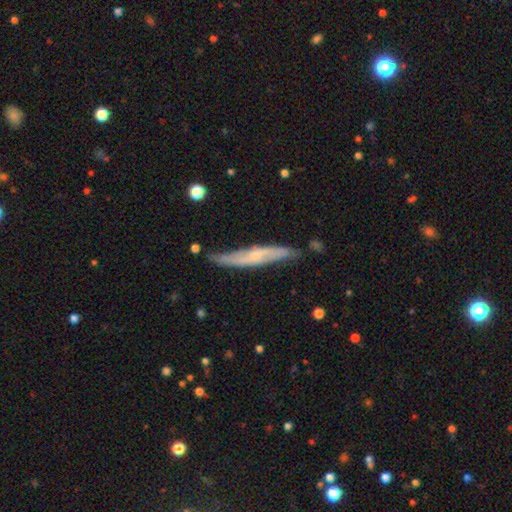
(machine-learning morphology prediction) This is likely a featured or disk galaxy (61%). It is likely viewed edge-on (72%). Merging: likely none (70%).